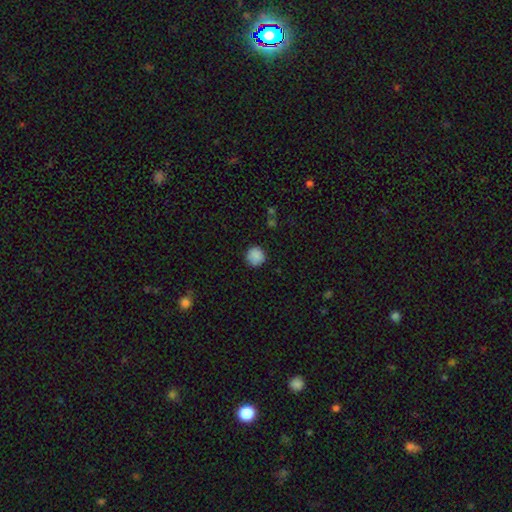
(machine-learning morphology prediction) Smooth or featured? smooth (87%)
How rounded? round (94%)
Merging? none (87%)